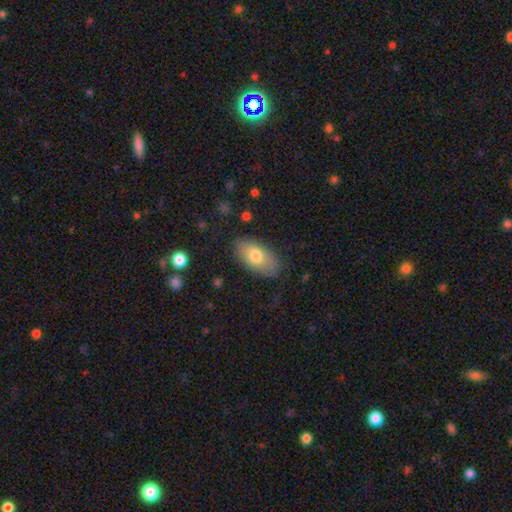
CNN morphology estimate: Smooth or featured: smooth — 74% (featured or disk — 19%)
How rounded: in between — 92% (round — 4%)
Merging: none — 81% (minor disturbance — 14%)